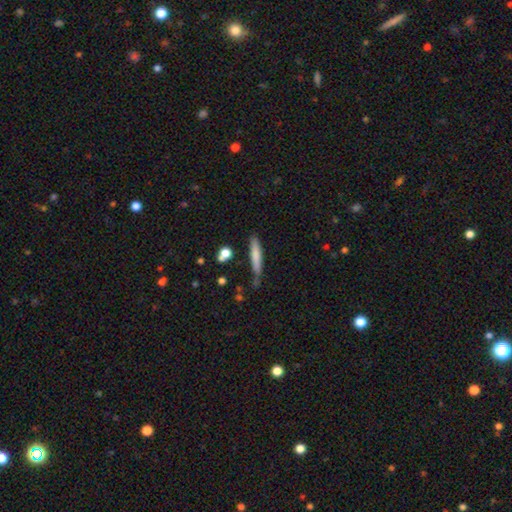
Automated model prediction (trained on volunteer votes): A smooth galaxy with no disk features (73%) that is cigar-shaped (91%).

Vote fractions:
- Smooth or featured? smooth: 73% / featured or disk: 21% / star or artifact: 6%
- How rounded? cigar-shaped: 91% / in between: 8% / round: 1%
- Merging? none: 75% / minor disturbance: 17% / merger: 4% / major disturbance: 4%